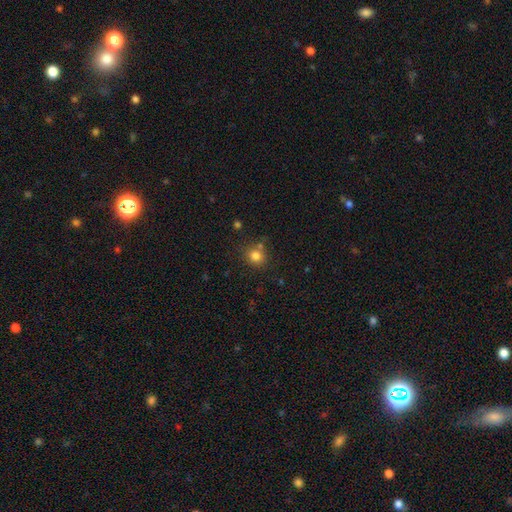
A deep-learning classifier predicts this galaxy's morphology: A smooth galaxy with no disk features (81%) that is round (85%).

Vote fractions:
- Smooth or featured? smooth: 81% / star or artifact: 13% / featured or disk: 6%
- How rounded? round: 85% / in between: 14% / cigar-shaped: 1%
- Merging? none: 72% / merger: 13% / minor disturbance: 12% / major disturbance: 4%